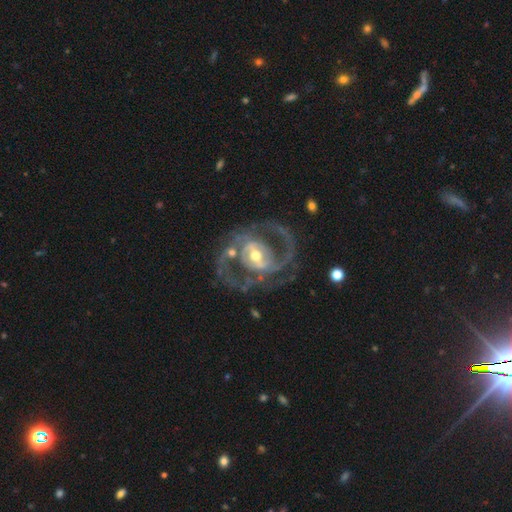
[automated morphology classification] Smooth or featured? Predicted: featured or disk (p=0.89). Edge-on disk? Predicted: no (p=0.97). Bar? Predicted: weak (p=0.39). Spiral arms? Predicted: yes (p=0.89). Spiral winding? Predicted: medium (p=0.52). Spiral arm count? Predicted: 2 (p=0.75). Bulge size? Predicted: moderate (p=0.68). Merging? Predicted: none (p=0.65).